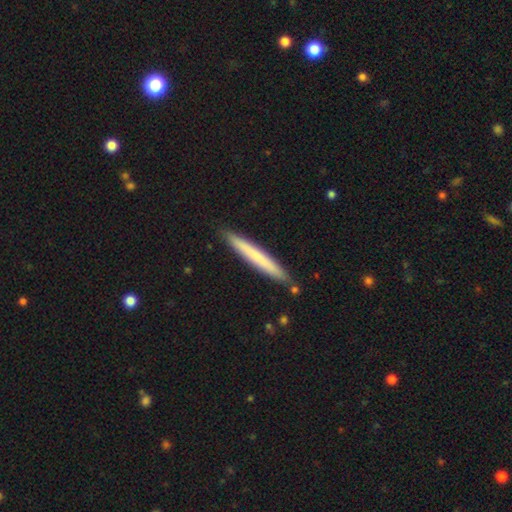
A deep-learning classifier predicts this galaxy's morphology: This appears to be a smooth galaxy with no disk features (68%) that is cigar-shaped (97%). Merging: none (89%).